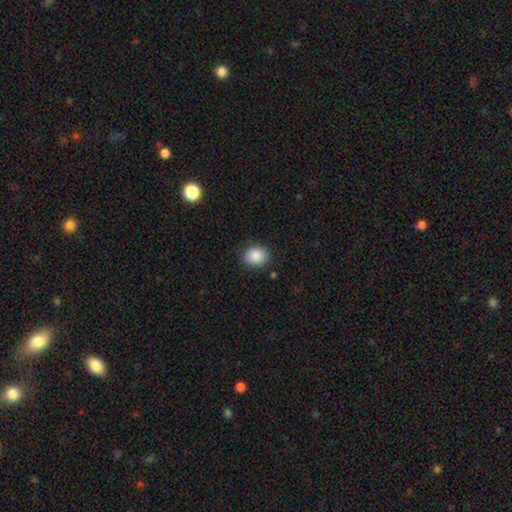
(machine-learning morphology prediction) Overall: smooth (87%). How rounded: round (60%; in between 39%). Merging: none (87%).